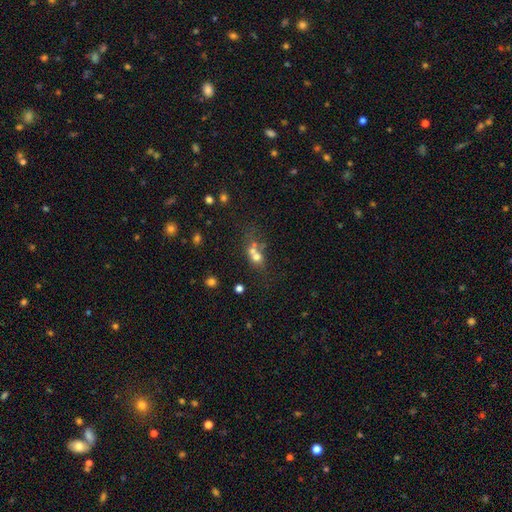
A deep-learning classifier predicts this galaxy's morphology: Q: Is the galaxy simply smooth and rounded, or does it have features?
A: smooth — 57%.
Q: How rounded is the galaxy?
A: round — 65%.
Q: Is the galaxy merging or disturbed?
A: merger — 53%.